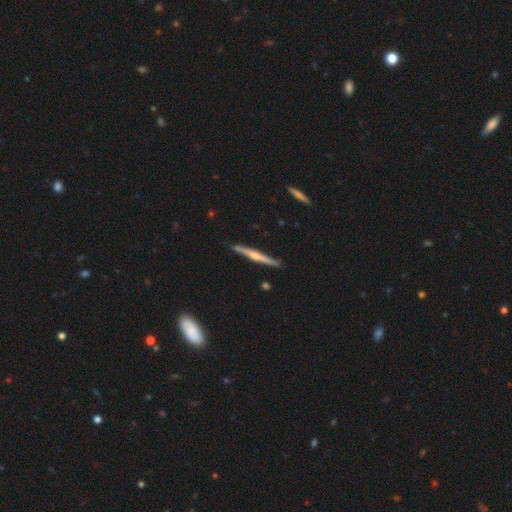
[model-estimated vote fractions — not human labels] smooth-or-featured: featured or disk: 67% | smooth: 28% | star or artifact: 5%
  disk-edge-on: yes: 98% | no: 2%
    edge-on-bulge: rounded: 69% | none: 18% | boxy: 13%
  merging: none: 90% | minor disturbance: 8% | major disturbance: 1% | merger: 1%